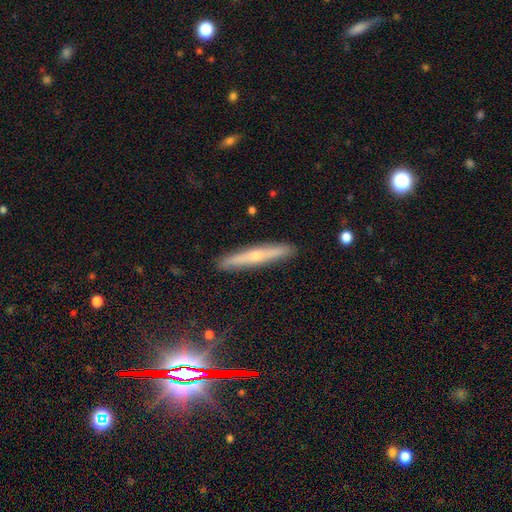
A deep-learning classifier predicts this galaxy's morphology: The model was most divided on "smooth or featured": featured or disk: 55%, smooth: 36%, star or artifact: 10%. More confident: edge-on disk — yes (91%); merging — none (90%).